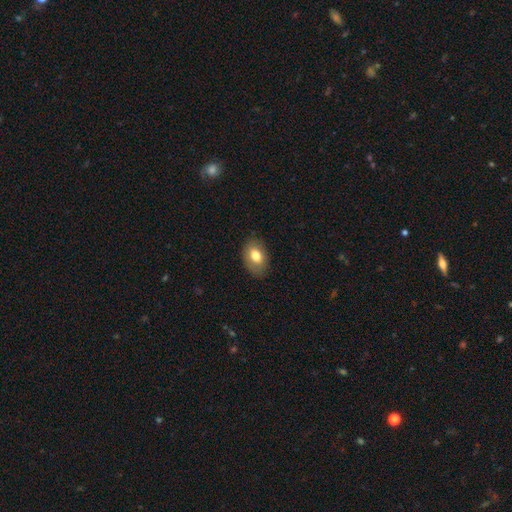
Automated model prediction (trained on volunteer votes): Smooth or featured? smooth (77%)
How rounded? in between (83%)
Merging? none (84%)